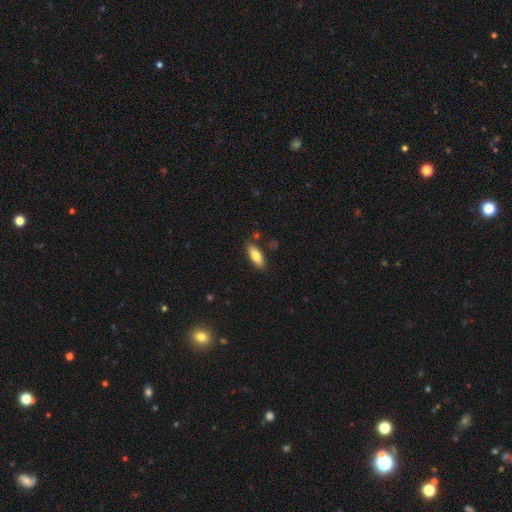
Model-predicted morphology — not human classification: The model was most divided on "how rounded": in between: 71%, cigar-shaped: 27%, round: 2%. More confident: merging — none (84%); smooth or featured — smooth (80%).